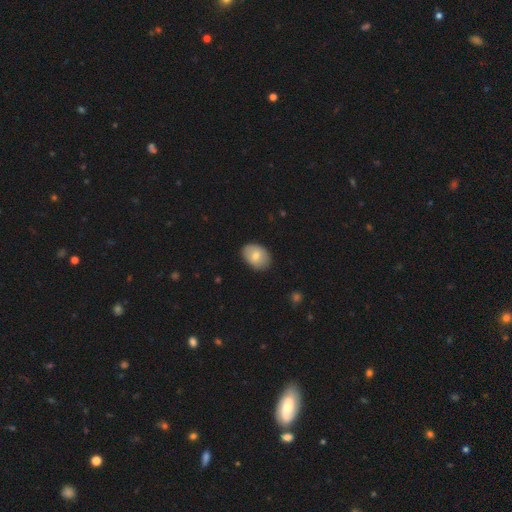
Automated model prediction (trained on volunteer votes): Smooth or featured? Predicted: smooth (p=0.74). How rounded? Predicted: in between (p=0.79). Merging? Predicted: none (p=0.82).